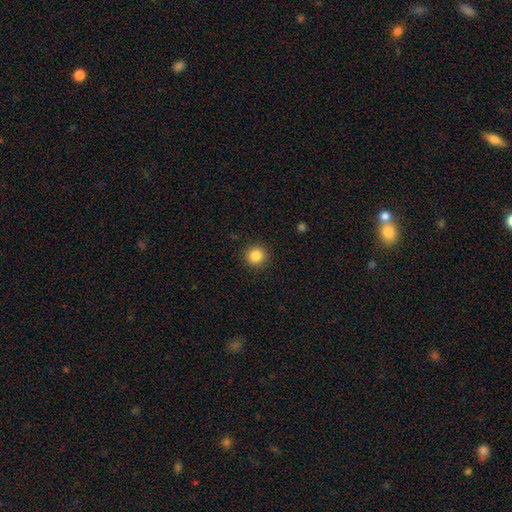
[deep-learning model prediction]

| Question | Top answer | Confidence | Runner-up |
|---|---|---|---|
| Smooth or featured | smooth | 86% | star or artifact (11%) |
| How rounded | round | 93% | in between (6%) |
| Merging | none | 92% | minor disturbance (5%) |